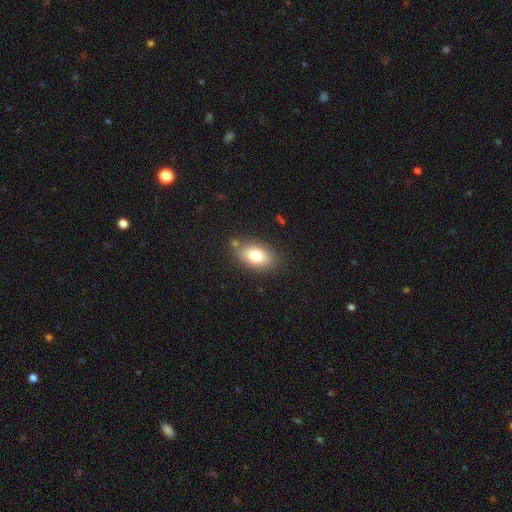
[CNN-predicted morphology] Smooth or featured? smooth (77%)
How rounded? in between (89%)
Merging? none (78%)